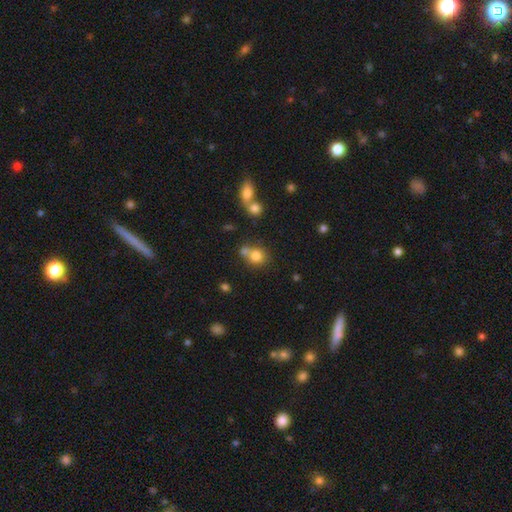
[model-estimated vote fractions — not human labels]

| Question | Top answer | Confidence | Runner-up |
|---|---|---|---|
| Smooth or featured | smooth | 78% | star or artifact (12%) |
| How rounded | round | 80% | in between (19%) |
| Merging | none | 51% | merger (35%) |